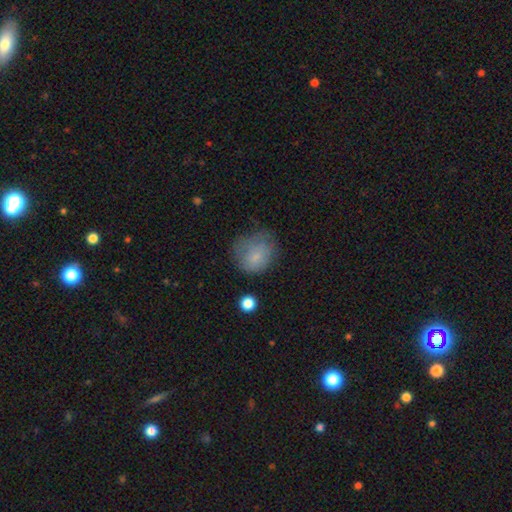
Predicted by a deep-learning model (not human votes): The model was most divided on "merging": none: 50%, minor disturbance: 31%, major disturbance: 17%, merger: 2%. More confident: smooth or featured — smooth (77%); how rounded — round (68%).